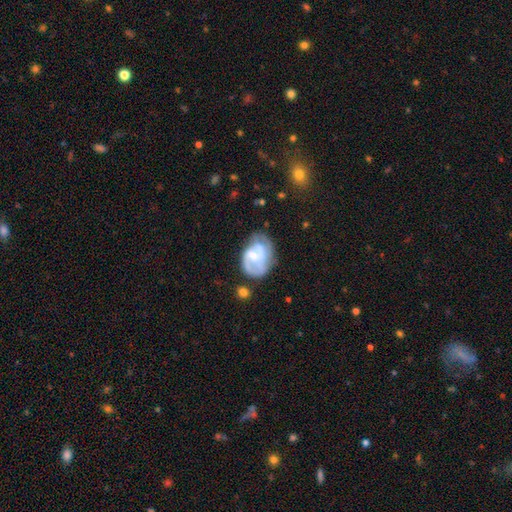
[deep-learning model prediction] Smooth or featured?
  - featured or disk: 71% *
  - smooth: 23%
  - star or artifact: 6%
Edge-on disk?
  - no: 98% *
  - yes: 2%
Bar?
  - no: 45% *
  - weak: 43%
  - strong: 12%
Spiral arms?
  - yes: 79% *
  - no: 21%
Spiral winding?
  - medium: 43% *
  - tight: 32%
  - loose: 25%
Spiral arm count?
  - 2: 52% *
  - 1: 20%
  - can't tell: 19%
  - 3: 6%
  - 4: 2%
  - more than 4: 2%
Bulge size?
  - small: 45% *
  - moderate: 38%
  - none: 11%
  - large: 4%
  - dominant: 1%
Merging?
  - none: 41% *
  - minor disturbance: 27%
  - major disturbance: 23%
  - merger: 9%